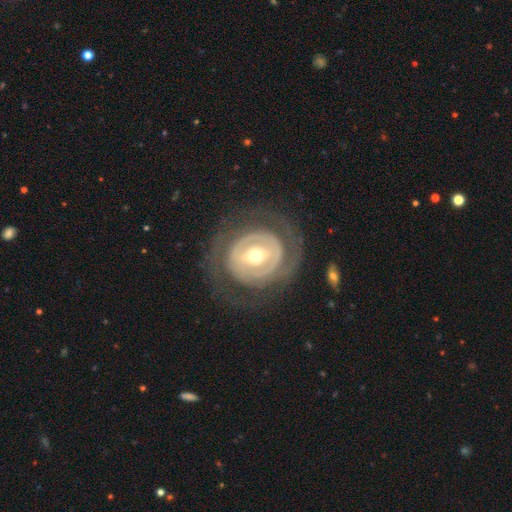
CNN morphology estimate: Smooth or featured? Predicted: featured or disk (p=0.78). Edge-on disk? Predicted: no (p=0.96). Bar? Predicted: weak (p=0.34, tied with strong). Spiral arms? Predicted: no (p=0.50, tied with yes). Bulge size? Predicted: moderate (p=0.67). Merging? Predicted: none (p=0.72).